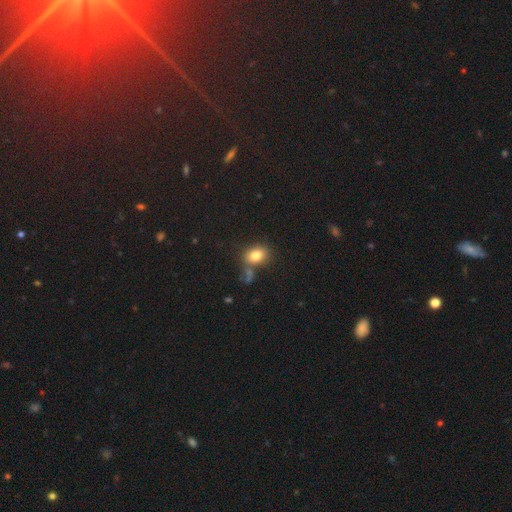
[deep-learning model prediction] Smooth or featured? Predicted: smooth (p=0.82). How rounded? Predicted: in between (p=0.67). Merging? Predicted: none (p=0.62).